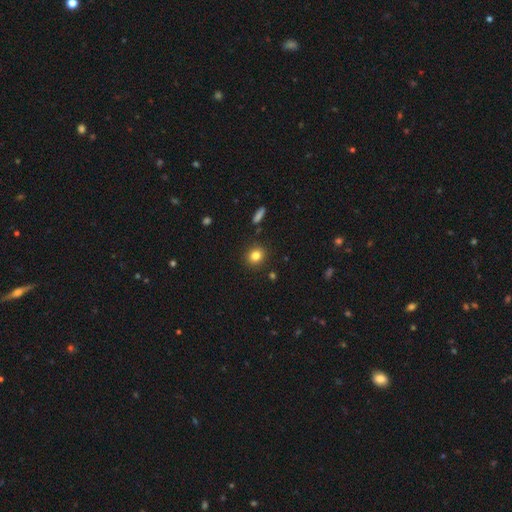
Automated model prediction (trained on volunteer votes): Smooth or featured: smooth — 82% (star or artifact — 11%)
How rounded: round — 79% (in between — 20%)
Merging: none — 89% (minor disturbance — 7%)